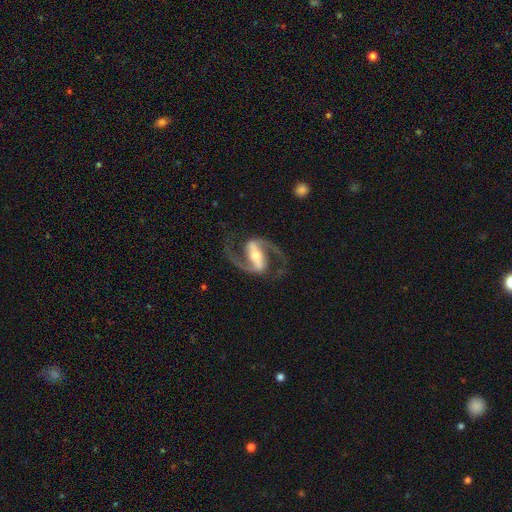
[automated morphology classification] A featured or disk galaxy (93%) with a strong bar (71%), 2 (95%) medium (62%) spiral arms (98%) and a moderate central bulge (57%). Merging: none (82%).